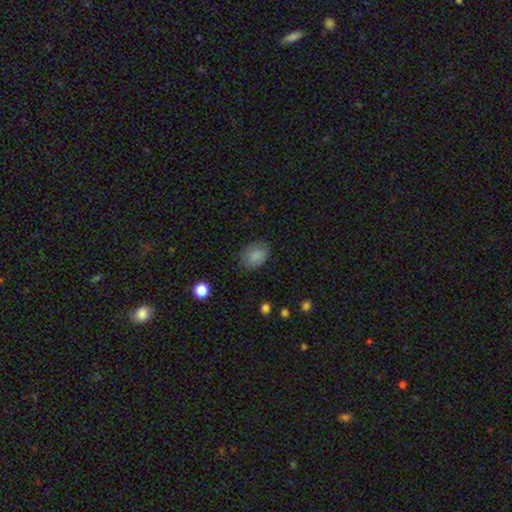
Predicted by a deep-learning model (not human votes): A smooth galaxy with no disk features (85%) that is in between round and cigar-shaped (65%). Merging: none (80%).